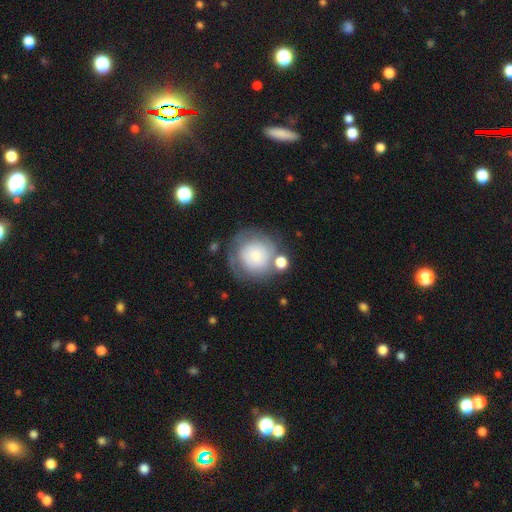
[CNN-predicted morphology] Smooth or featured: smooth — 58% (featured or disk — 34%)
How rounded: round — 91% (in between — 8%)
Merging: none — 60% (minor disturbance — 18%)